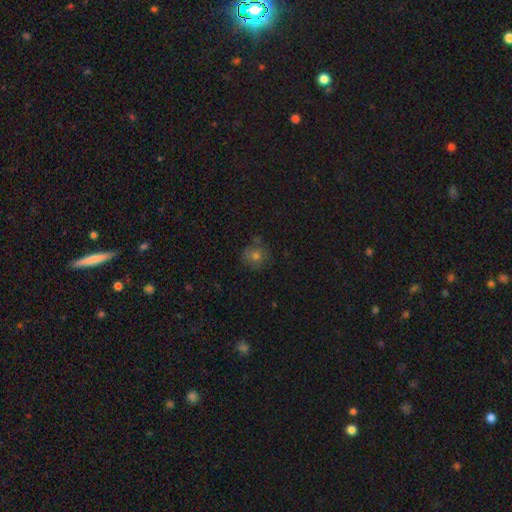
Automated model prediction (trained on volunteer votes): Smooth or featured: smooth — 68% (star or artifact — 17%)
How rounded: round — 88% (in between — 11%)
Merging: none — 73% (minor disturbance — 19%)